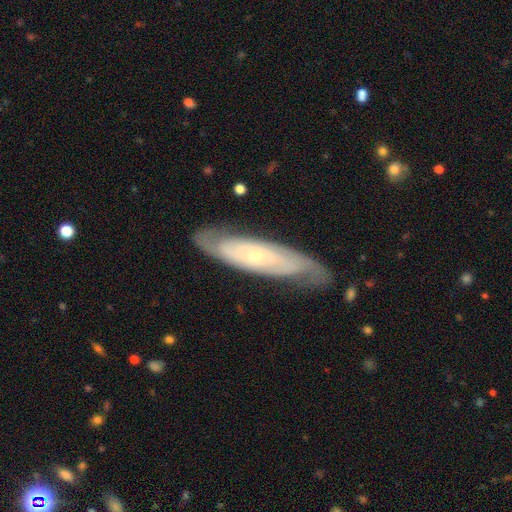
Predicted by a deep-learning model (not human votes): A featured or disk galaxy (74%) with no bar (69%), spiral arms (86%) and a small central bulge (67%). Merging: none (72%).